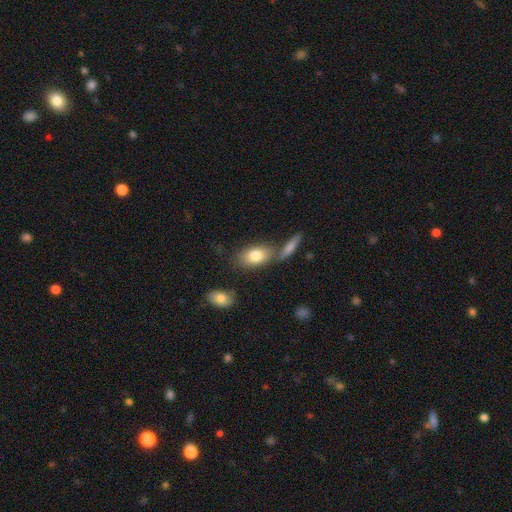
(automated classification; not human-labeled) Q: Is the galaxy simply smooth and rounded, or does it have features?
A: smooth — 79%.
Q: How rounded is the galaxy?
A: in between — 89%.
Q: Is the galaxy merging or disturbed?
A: none — 57%.